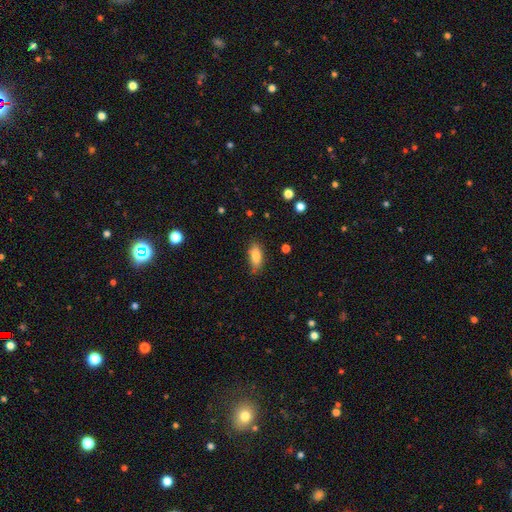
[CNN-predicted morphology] Overall: smooth (82%). How rounded: in between (81%). Merging: none (78%).